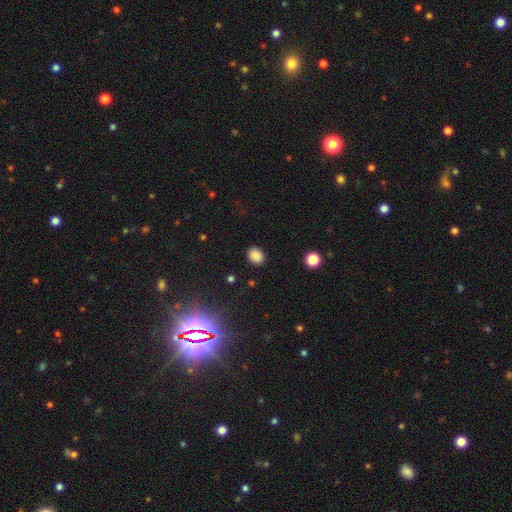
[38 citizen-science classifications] Morphology: type=smooth (87%); roundness=in between (67%); merging=none (89%).